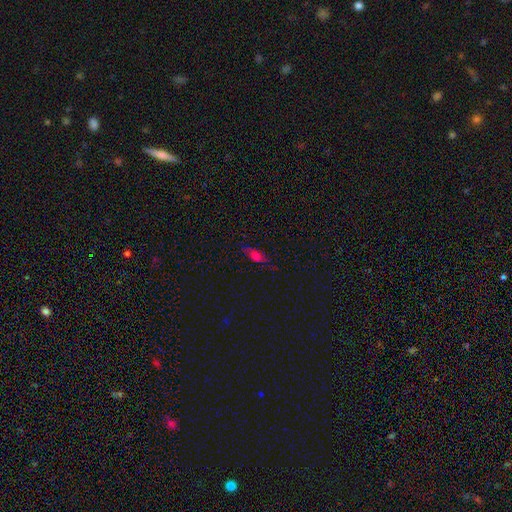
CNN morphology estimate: A smooth galaxy with no disk features (59%) that is in between round and cigar-shaped (70%).

Vote fractions:
- Smooth or featured? smooth: 59% / featured or disk: 26% / star or artifact: 15%
- How rounded? in between: 70% / cigar-shaped: 24% / round: 5%
- Merging? none: 72% / minor disturbance: 21% / major disturbance: 5% / merger: 1%